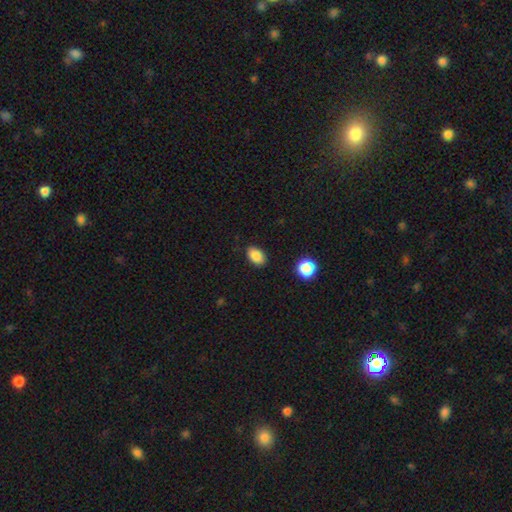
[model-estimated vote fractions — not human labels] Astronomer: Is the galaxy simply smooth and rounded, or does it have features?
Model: smooth — 87%.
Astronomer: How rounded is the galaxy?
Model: in between — 84%.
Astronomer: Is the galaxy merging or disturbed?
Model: none — 86%.